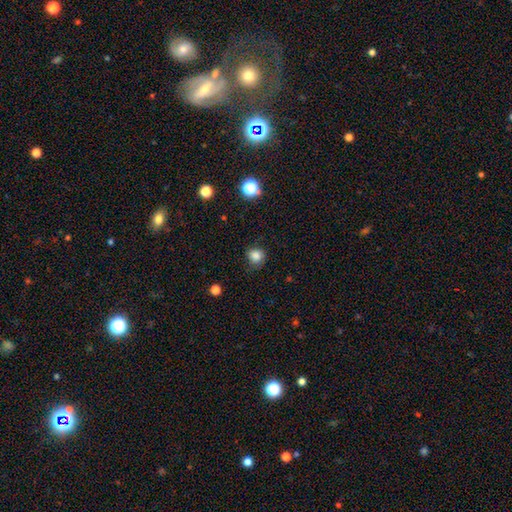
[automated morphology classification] Smooth or featured: smooth — 83% (star or artifact — 12%)
How rounded: round — 84% (in between — 15%)
Merging: none — 73% (minor disturbance — 20%)